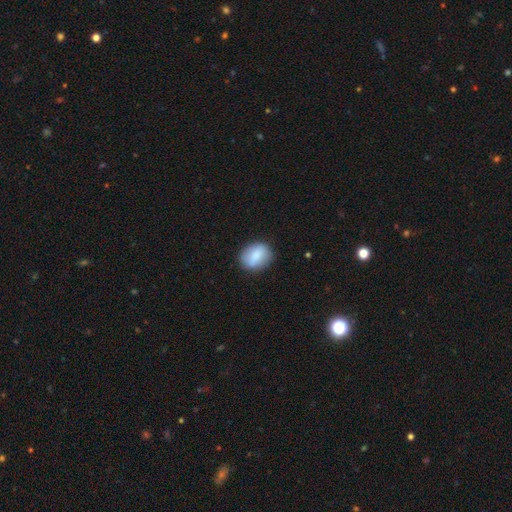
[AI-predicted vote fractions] Smooth or featured: smooth — 80% (featured or disk — 13%)
How rounded: in between — 54% (round — 45%)
Merging: none — 84% (minor disturbance — 12%)